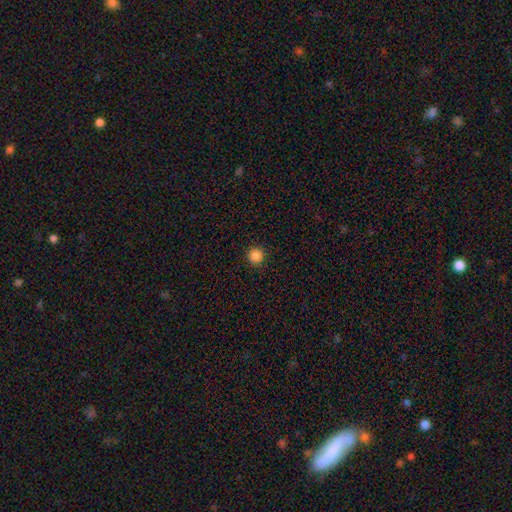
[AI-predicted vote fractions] smooth-or-featured: smooth: 86% | star or artifact: 11% | featured or disk: 2%
  how-rounded: round: 95% | in between: 4% | cigar-shaped: 1%
  merging: none: 93% | minor disturbance: 5% | major disturbance: 2% | merger: 1%